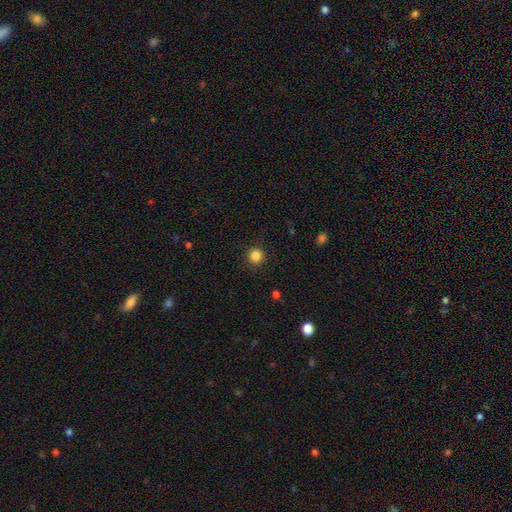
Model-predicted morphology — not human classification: smooth 85%, star or artifact 12%, featured or disk 3%. Down the decision tree: how rounded — round (95%); merging — none (92%).